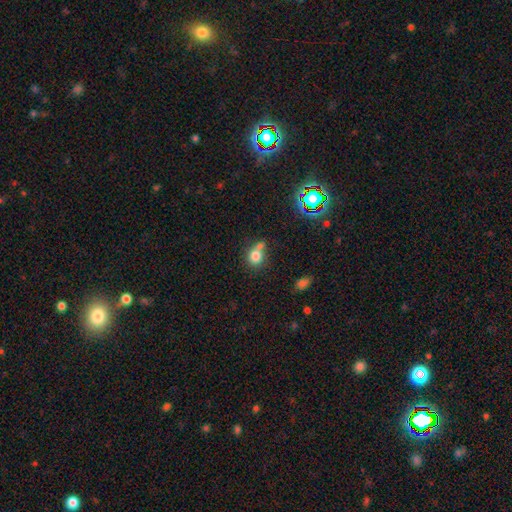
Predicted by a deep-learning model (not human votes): smooth 77%, star or artifact 13%, featured or disk 10%. Down the decision tree: how rounded — round (73%); merging — none (45%).